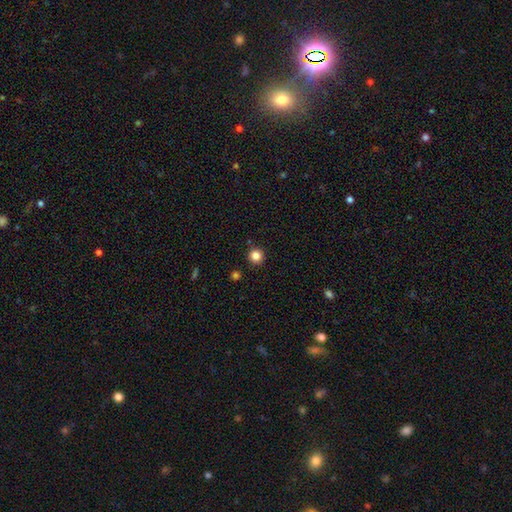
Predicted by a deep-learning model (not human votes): Q: Smooth or featured?
A: smooth (84%); runner-up: star or artifact (12%)
Q: How rounded?
A: round (96%); runner-up: in between (3%)
Q: Merging?
A: none (92%); runner-up: minor disturbance (5%)